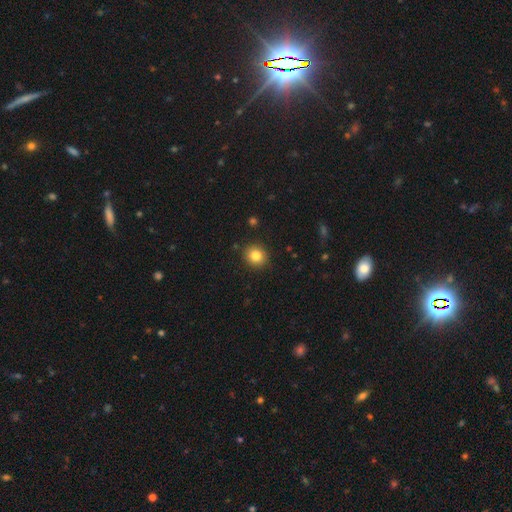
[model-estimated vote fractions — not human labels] Morphology: type=smooth (83%); roundness=round (83%); merging=none (90%).